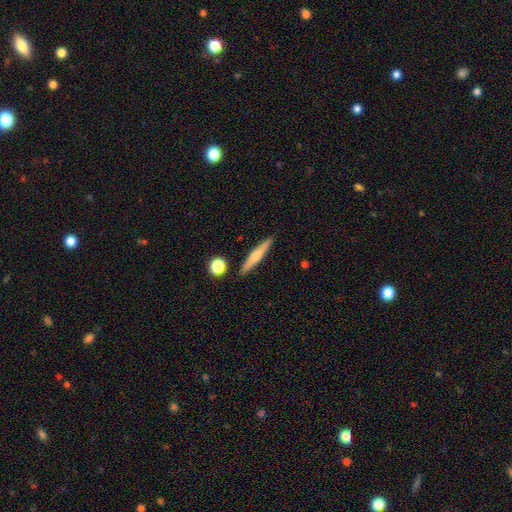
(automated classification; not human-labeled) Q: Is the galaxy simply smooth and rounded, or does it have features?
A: featured or disk — 55%.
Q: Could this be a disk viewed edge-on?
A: yes — 97%.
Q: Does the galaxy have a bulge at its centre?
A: rounded — 83%.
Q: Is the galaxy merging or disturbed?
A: none — 90%.